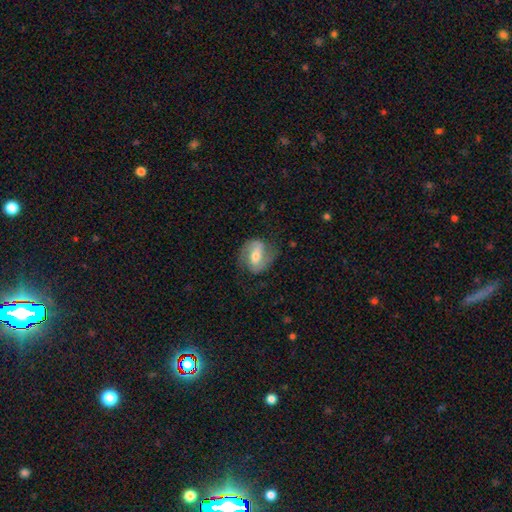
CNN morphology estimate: This appears to be a featured or disk galaxy (72%) with a weak bar (41%), 2 (88%) medium (47%) spiral arms (90%) and a moderate central bulge (59%). Merging: none (70%).